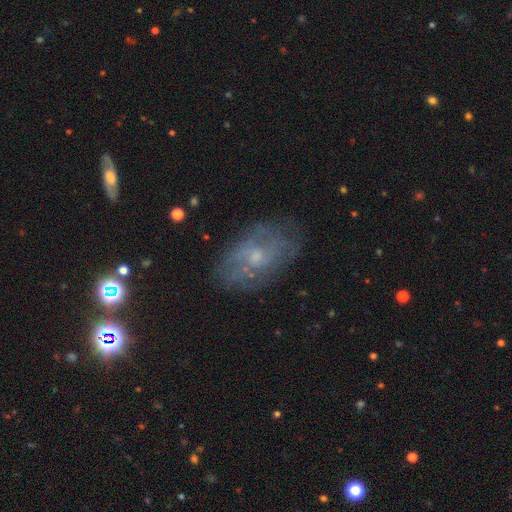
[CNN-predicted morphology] This is possibly a featured or disk galaxy (59%). It is clearly not viewed edge-on (94%). Bar: likely no (77%). Spiral arm pattern: possibly yes (55%). Central bulge: possibly small (56%). Merging: likely none (67%).